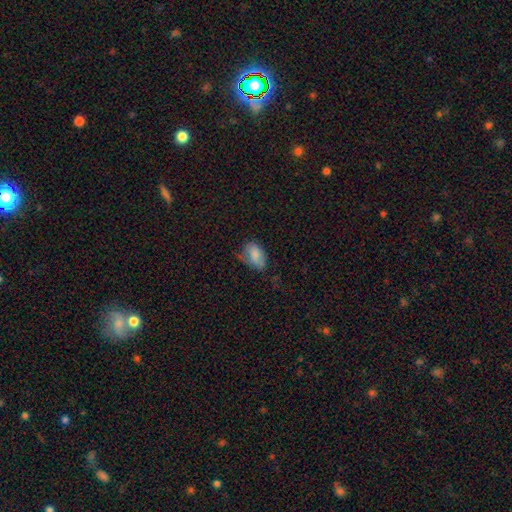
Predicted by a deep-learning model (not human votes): Smooth or featured: smooth — 77% (featured or disk — 15%)
How rounded: in between — 90% (round — 9%)
Merging: none — 46% (minor disturbance — 37%)